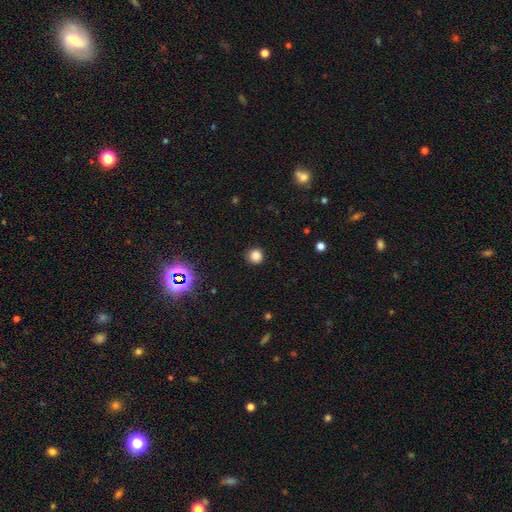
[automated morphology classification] Smooth or featured?
  - smooth: 83% *
  - star or artifact: 14%
  - featured or disk: 3%
How rounded?
  - round: 93% *
  - in between: 6%
  - cigar-shaped: 1%
Merging?
  - none: 90% *
  - minor disturbance: 7%
  - major disturbance: 2%
  - merger: 1%